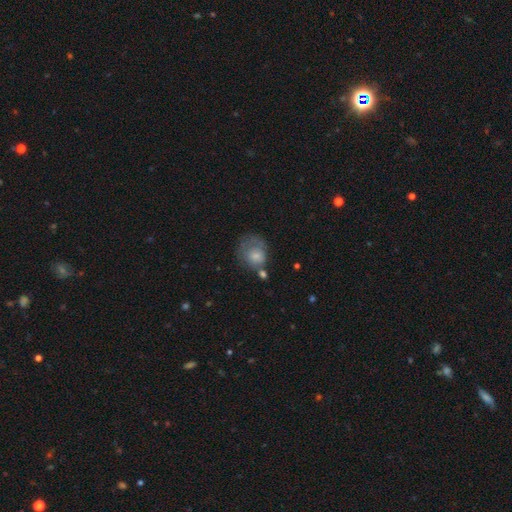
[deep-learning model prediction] Smooth or featured? Predicted: smooth (p=0.66). How rounded? Predicted: round (p=0.59). Merging? Predicted: none (p=0.33).